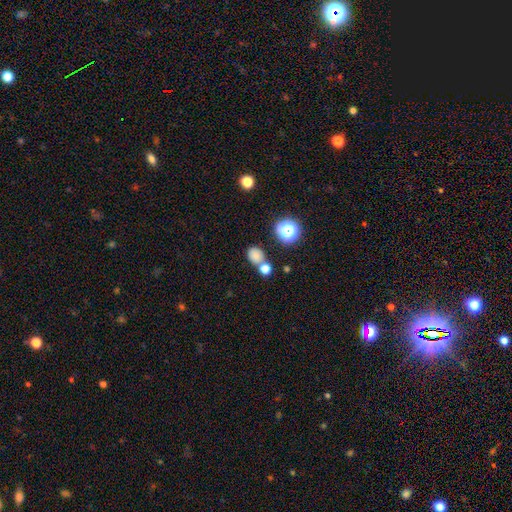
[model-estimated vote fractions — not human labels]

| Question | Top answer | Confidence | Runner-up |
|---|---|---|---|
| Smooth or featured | smooth | 76% | star or artifact (18%) |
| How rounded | round | 62% | in between (37%) |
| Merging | none | 60% | merger (25%) |